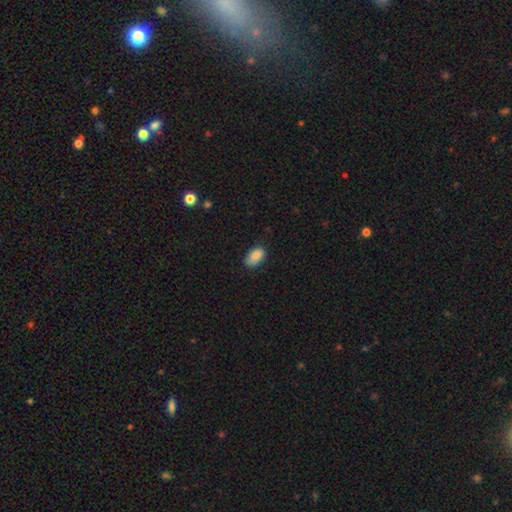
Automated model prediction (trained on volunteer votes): This is clearly a smooth galaxy (86%). How rounded: clearly in between (92%). Merging: likely none (73%).